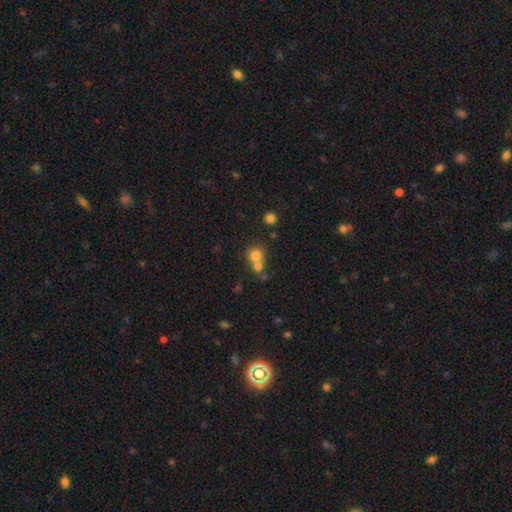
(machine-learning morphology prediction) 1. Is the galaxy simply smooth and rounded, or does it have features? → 74% smooth, 14% star or artifact, 12% featured or disk.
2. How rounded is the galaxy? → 83% round, 16% in between, 1% cigar-shaped.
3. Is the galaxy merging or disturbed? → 53% merger, 38% none, 6% minor disturbance, 3% major disturbance.